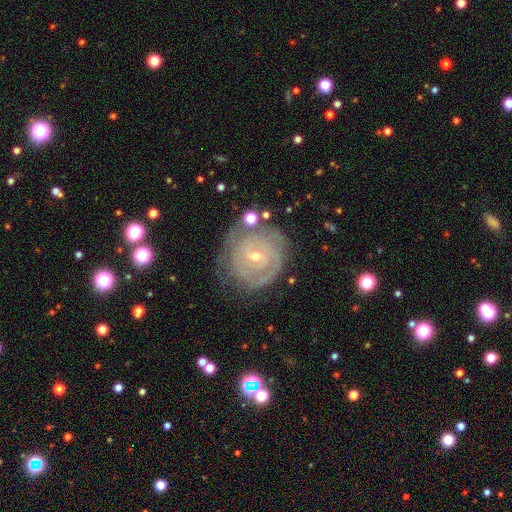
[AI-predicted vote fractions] Smooth or featured? Predicted: featured or disk (p=0.85). Edge-on disk? Predicted: no (p=0.97). Bar? Predicted: no (p=0.48). Spiral arms? Predicted: yes (p=0.94). Spiral winding? Predicted: tight (p=0.82). Spiral arm count? Predicted: can't tell (p=0.36). Bulge size? Predicted: small (p=0.67). Merging? Predicted: none (p=0.70).